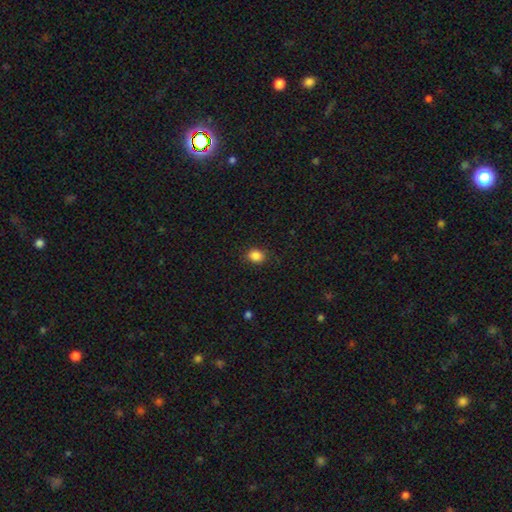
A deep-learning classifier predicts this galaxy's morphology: type=smooth (86%); roundness=round (65%); merging=none (88%).